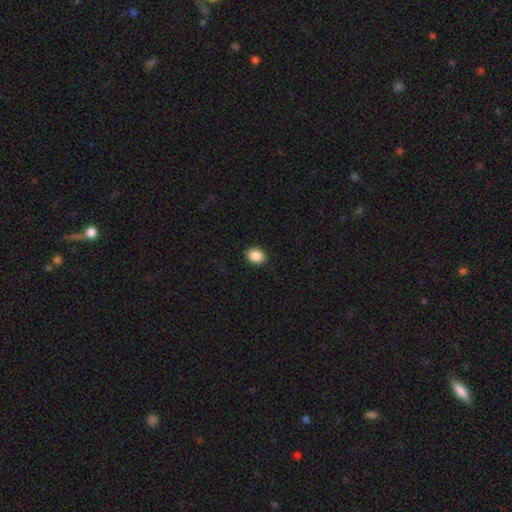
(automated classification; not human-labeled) Overall: smooth (89%). How rounded: in between (62%; round 37%). Merging: none (90%).